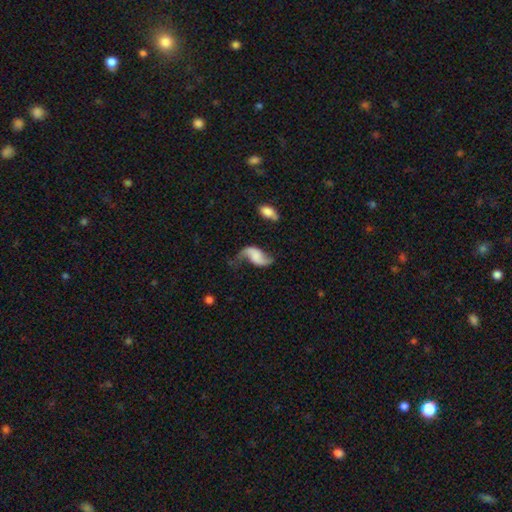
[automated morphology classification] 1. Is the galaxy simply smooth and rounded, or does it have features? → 79% featured or disk, 15% smooth, 6% star or artifact.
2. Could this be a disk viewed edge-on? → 97% no, 3% yes.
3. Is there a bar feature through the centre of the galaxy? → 56% no, 33% weak, 11% strong.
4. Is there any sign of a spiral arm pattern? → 94% yes, 6% no.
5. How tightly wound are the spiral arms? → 84% loose, 12% medium, 3% tight.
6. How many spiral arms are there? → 91% 2, 4% 1, 2% can't tell, 1% 3, 1% 4, 1% more than 4.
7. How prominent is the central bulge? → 54% none, 18% small, 13% moderate, 11% large, 4% dominant.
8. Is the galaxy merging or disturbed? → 56% none, 23% minor disturbance, 16% major disturbance, 5% merger.